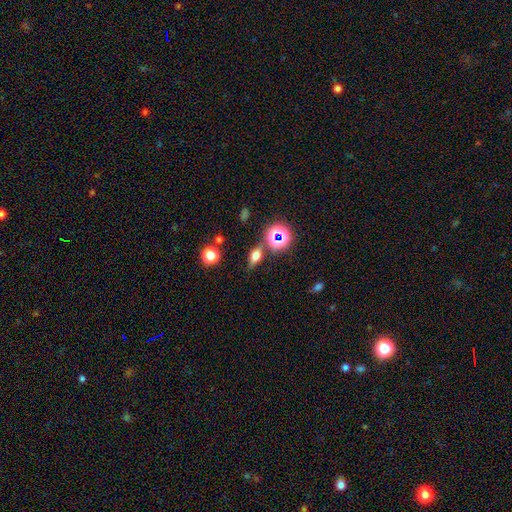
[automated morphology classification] Q: Smooth or featured?
A: smooth (58%); runner-up: star or artifact (22%)
Q: How rounded?
A: in between (62%); runner-up: round (23%)
Q: Merging?
A: none (76%); runner-up: minor disturbance (12%)